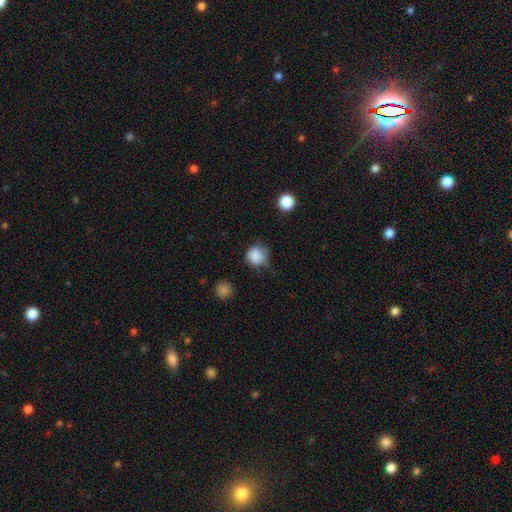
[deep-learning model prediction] Smooth or featured? Predicted: smooth (p=0.85). How rounded? Predicted: round (p=0.87). Merging? Predicted: none (p=0.57).